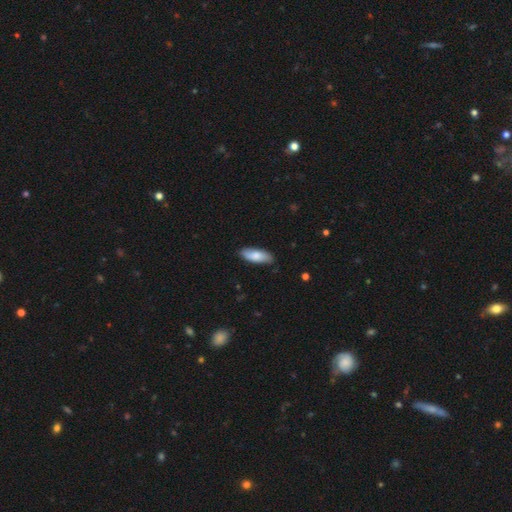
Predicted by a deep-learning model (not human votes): This is clearly a smooth galaxy (80%). How rounded: likely in between (72%). Merging: clearly none (86%).